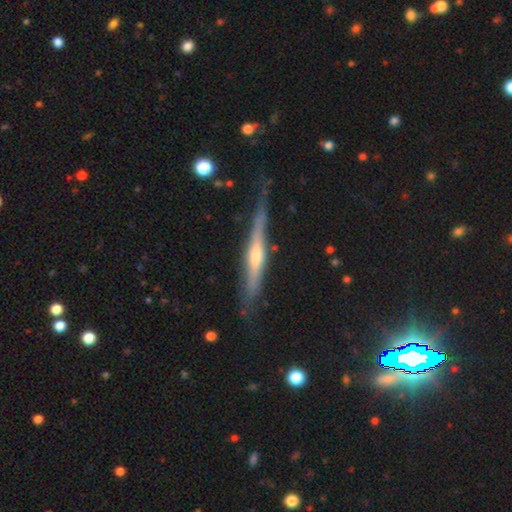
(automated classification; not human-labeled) smooth_or_featured: featured or disk (p=0.77) [alt: smooth p=0.16]
disk_edge_on: yes (p=0.95) [alt: no p=0.05]
edge_on_bulge: rounded (p=0.72) [alt: none p=0.19]
merging: none (p=0.73) [alt: minor disturbance p=0.20]